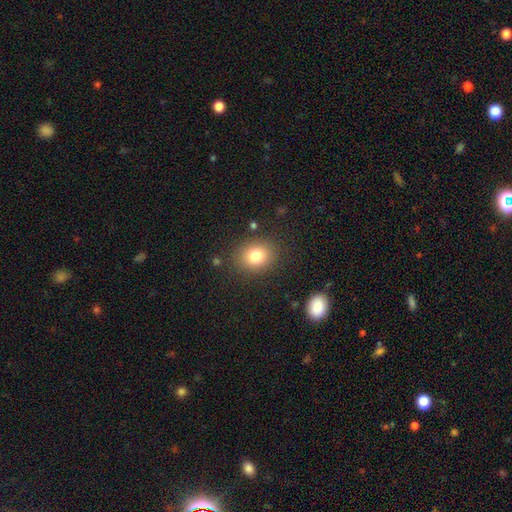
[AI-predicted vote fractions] Smooth or featured? smooth (80%)
How rounded? round (59%)
Merging? none (85%)